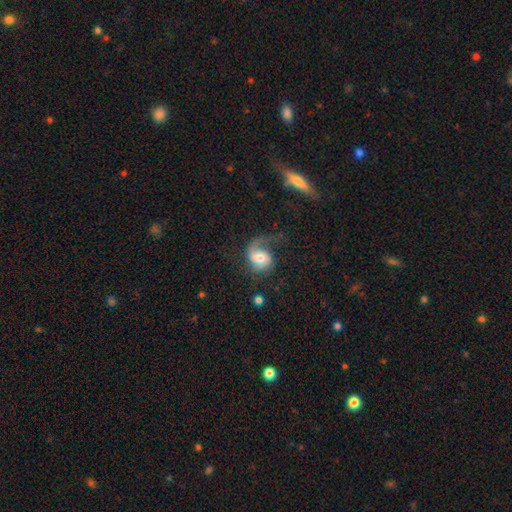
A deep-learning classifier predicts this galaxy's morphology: Overall: featured or disk (67%). Edge-on disk: no (97%). Bar: no (61%; weak 30%). Spiral arms: yes (90%). Spiral arm count: 1 (53%; 2 40%). Spiral winding: loose (51%; medium 36%). Bulge size: moderate (65%). Merging: none (42%; major disturbance 33%).